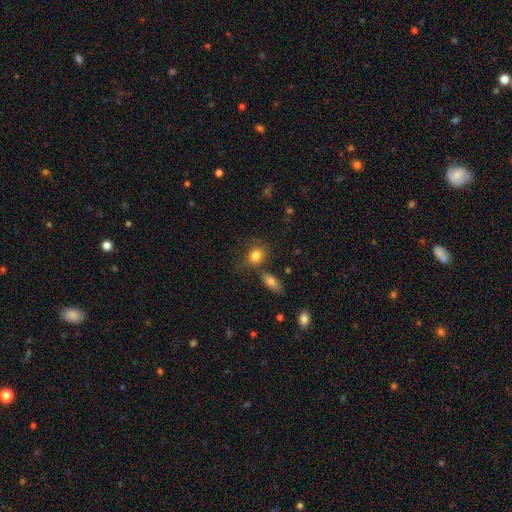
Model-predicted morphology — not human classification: Smooth or featured?
  - smooth: 82% *
  - featured or disk: 9%
  - star or artifact: 9%
How rounded?
  - in between: 57% *
  - round: 41%
  - cigar-shaped: 2%
Merging?
  - none: 59% *
  - merger: 20%
  - minor disturbance: 15%
  - major disturbance: 6%